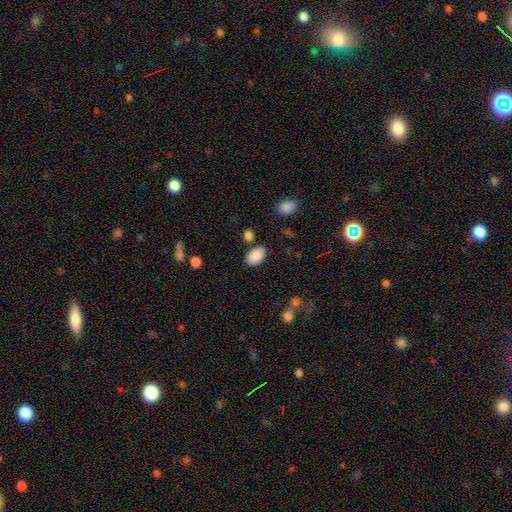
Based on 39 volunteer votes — Overall: smooth (90%). How rounded: in between (89%). Merging: none (81%).